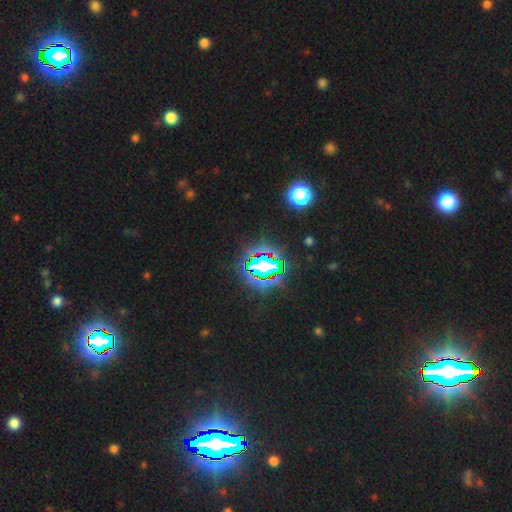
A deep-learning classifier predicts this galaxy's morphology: Smooth or featured? star or artifact (78%)